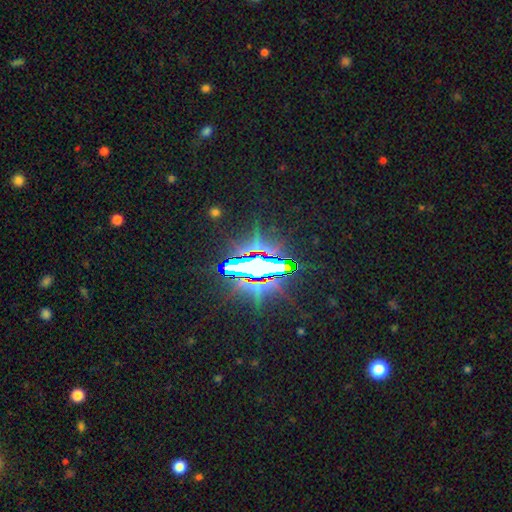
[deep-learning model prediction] smooth-or-featured: star or artifact: 80% | featured or disk: 12% | smooth: 9%